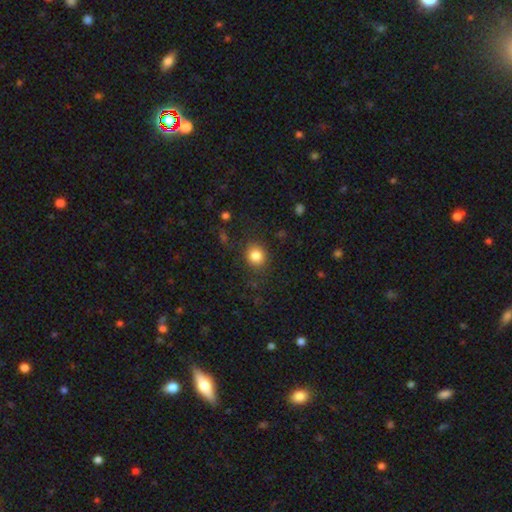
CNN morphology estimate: smooth 84%, star or artifact 10%, featured or disk 5%. Down the decision tree: how rounded — round (81%); merging — none (86%).